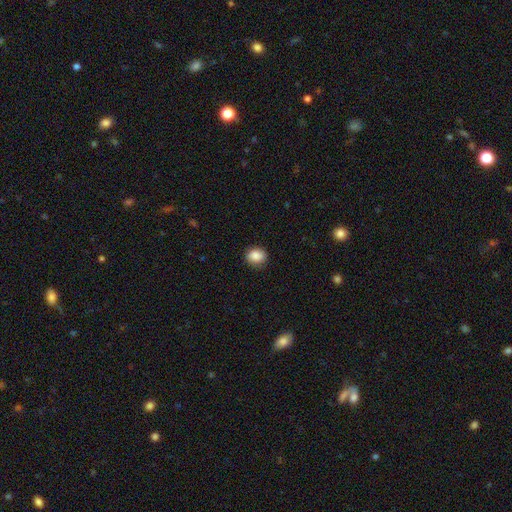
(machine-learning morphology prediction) A smooth galaxy with no disk features (87%) that is round (55%).

Vote fractions:
- Smooth or featured? smooth: 87% / star or artifact: 8% / featured or disk: 4%
- How rounded? round: 55% / in between: 44% / cigar-shaped: 1%
- Merging? none: 82% / minor disturbance: 14% / major disturbance: 3% / merger: 1%